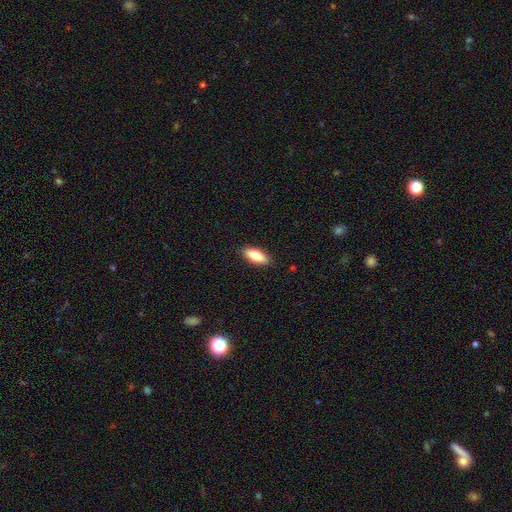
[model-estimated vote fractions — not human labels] This appears to be a smooth galaxy with no disk features (82%) that is in between round and cigar-shaped (76%). Merging: none (88%).